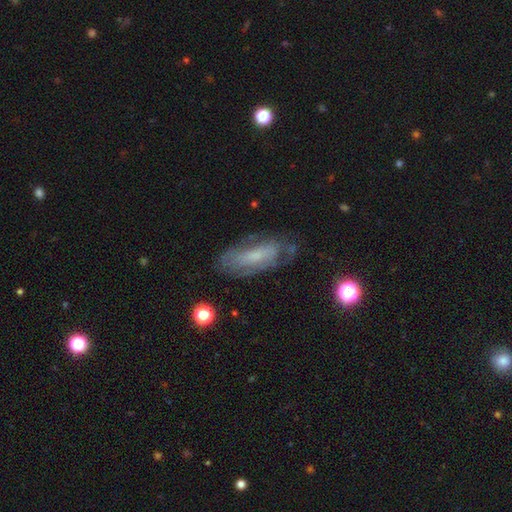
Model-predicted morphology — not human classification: Overall: featured or disk (56%; smooth 35%). Edge-on disk: no (83%). Merging: none (66%).